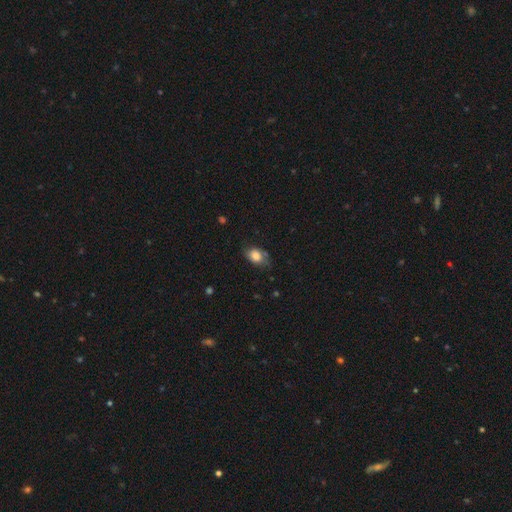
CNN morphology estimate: A smooth galaxy with no disk features (79%) that is in between round and cigar-shaped (80%). Merging: none (62%).